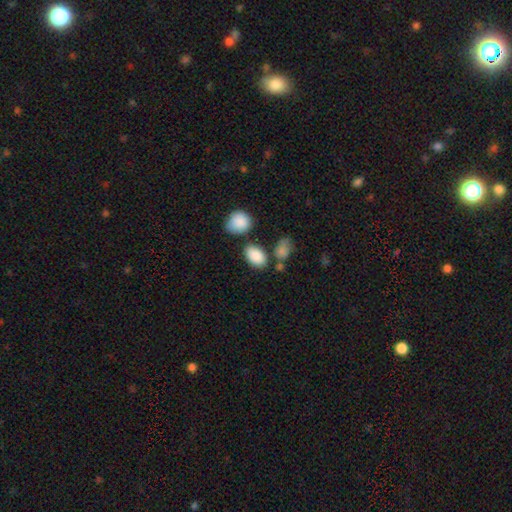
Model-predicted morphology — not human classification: Overall: smooth (87%). How rounded: in between (90%). Merging: none (70%).